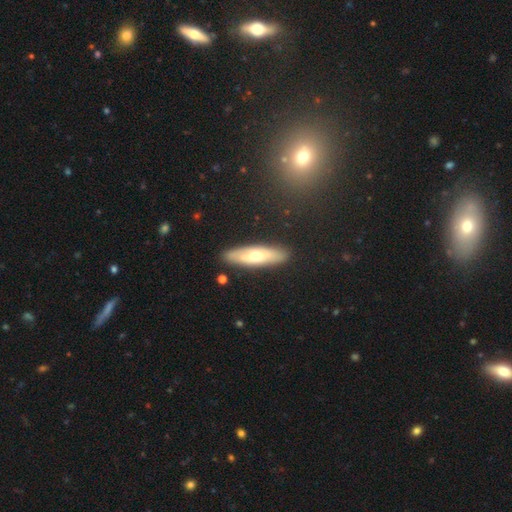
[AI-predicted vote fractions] Smooth or featured? smooth (48%)
Merging? none (88%)